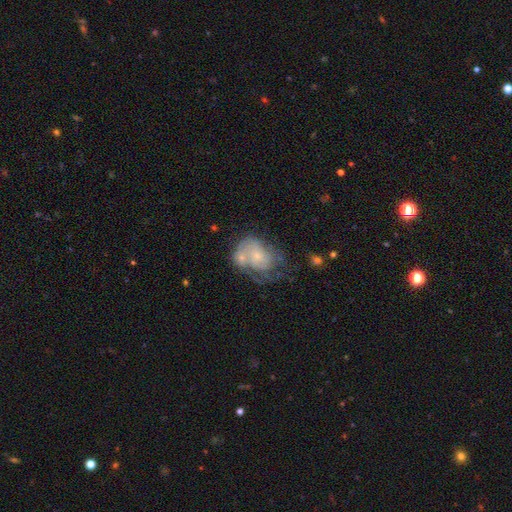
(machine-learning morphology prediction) Smooth or featured? featured or disk (61%)
Edge-on disk? no (97%)
Bar? no (82%)
Spiral arms? yes (65%)
Bulge size? small (70%)
Merging? merger (30%)